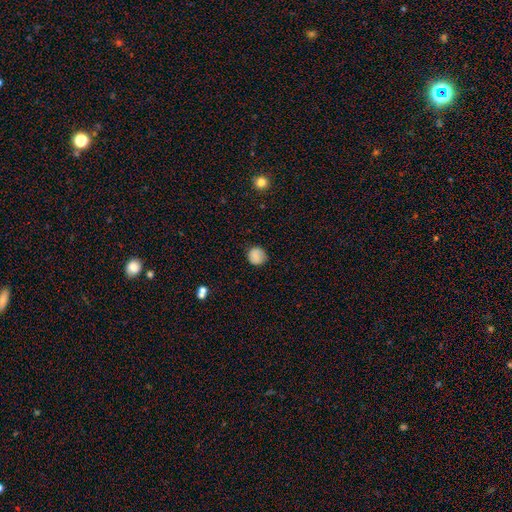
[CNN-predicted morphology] This is clearly a smooth galaxy (81%). How rounded: clearly round (89%). Merging: clearly none (83%).